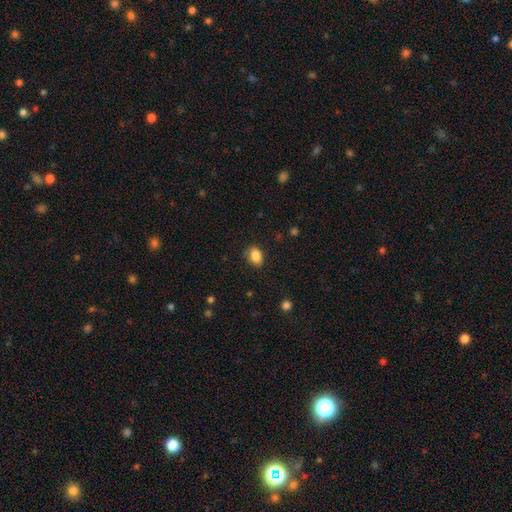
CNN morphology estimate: smooth 85%, star or artifact 9%, featured or disk 6%. Down the decision tree: how rounded — in between (75%); merging — none (82%).